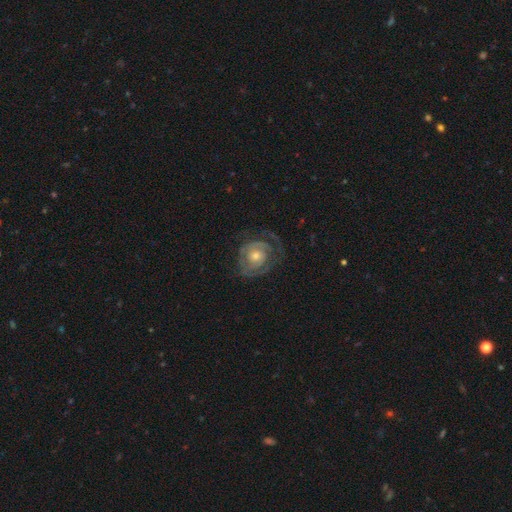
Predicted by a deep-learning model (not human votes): Overall: featured or disk (76%). Edge-on disk: no (97%). Bar: no (78%). Spiral arms: yes (80%). Spiral arm count: can't tell (37%; 2 35%). Spiral winding: tight (64%; medium 26%). Bulge size: moderate (57%; small 36%). Merging: none (63%).